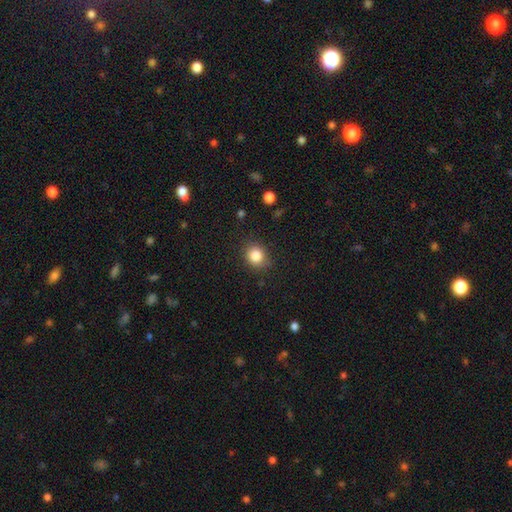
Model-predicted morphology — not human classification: The model was most divided on "how rounded": round: 72%, in between: 27%, cigar-shaped: 1%. More confident: smooth or featured — smooth (84%); merging — none (84%).